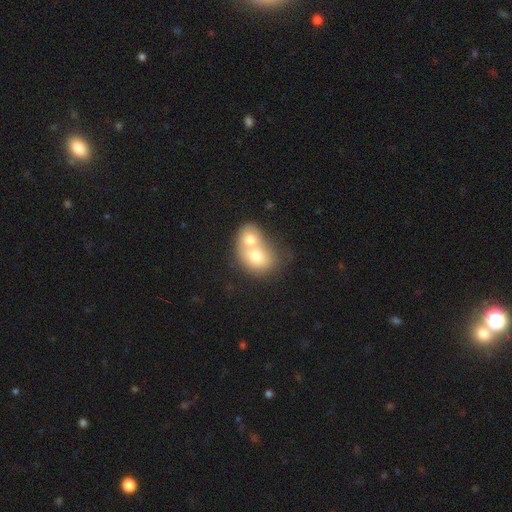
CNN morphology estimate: Smooth or featured?
  - smooth: 67% *
  - featured or disk: 25%
  - star or artifact: 8%
How rounded?
  - round: 52% *
  - in between: 47%
  - cigar-shaped: 1%
Merging?
  - merger: 78% *
  - none: 14%
  - minor disturbance: 5%
  - major disturbance: 3%